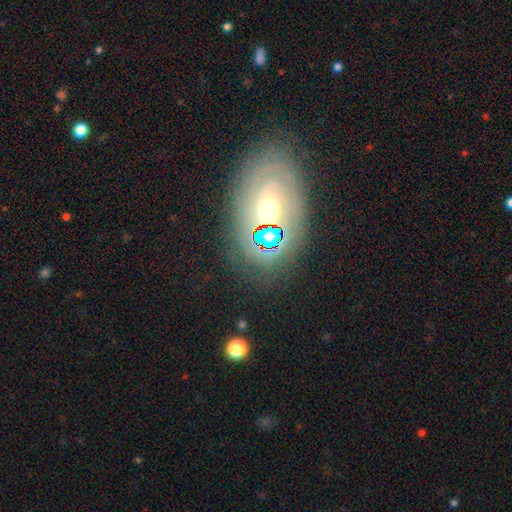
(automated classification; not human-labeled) This is possibly a featured or disk galaxy (60%). It is clearly not viewed edge-on (93%). Bar: likely no (70%). Spiral arm pattern: clearly yes (82%). Central bulge: possibly small (52%). Merging: likely none (78%).